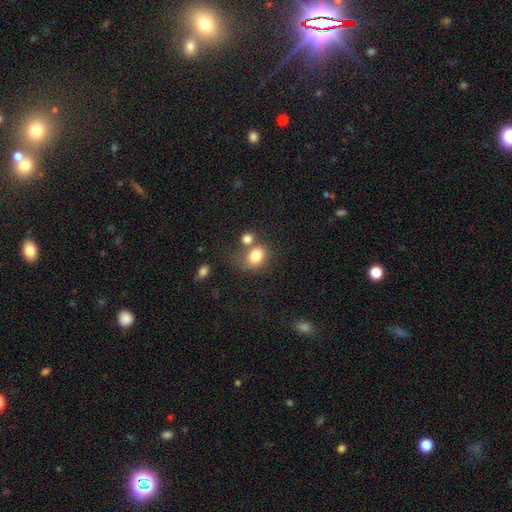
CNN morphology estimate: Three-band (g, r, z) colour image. It shows a smooth galaxy with no disk features (81%) that is in between round and cigar-shaped (54%). Merging: none (47%).